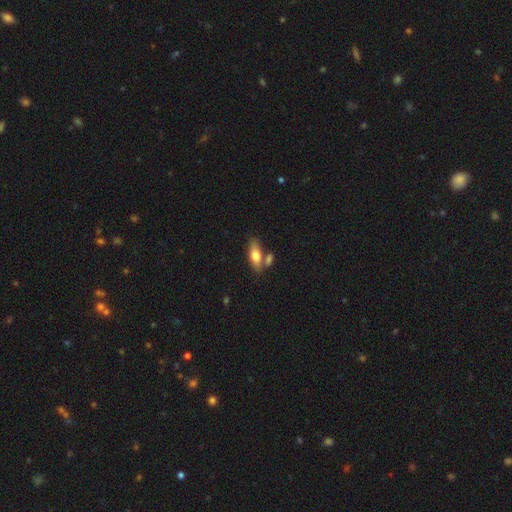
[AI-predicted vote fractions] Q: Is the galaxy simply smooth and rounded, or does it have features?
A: smooth — 72%.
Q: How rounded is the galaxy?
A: in between — 76%.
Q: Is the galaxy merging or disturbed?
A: none — 58%.